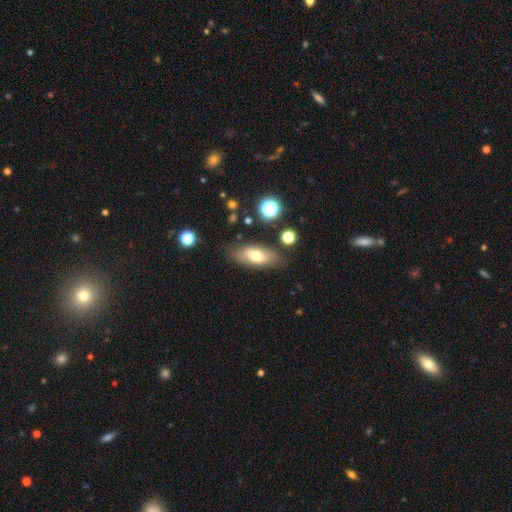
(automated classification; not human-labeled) Smooth or featured? smooth (68%)
How rounded? in between (79%)
Merging? none (79%)